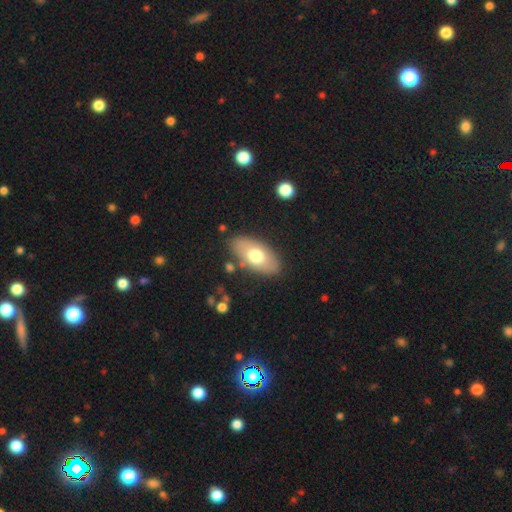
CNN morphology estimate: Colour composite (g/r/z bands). It shows a smooth galaxy with no disk features (65%) that is in between round and cigar-shaped (92%). Merging: none (82%).